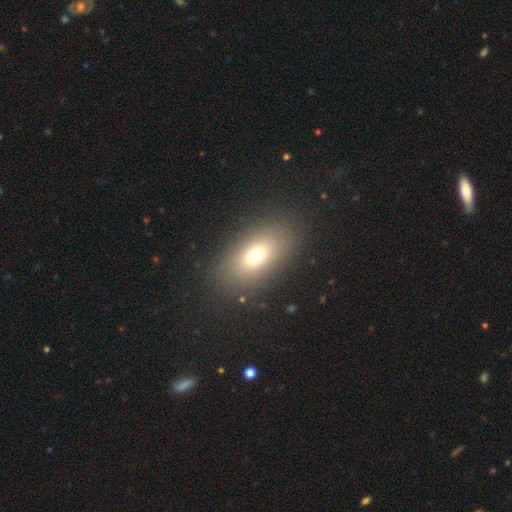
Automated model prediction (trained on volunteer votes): Morphology: type=smooth (69%); roundness=in between (82%); merging=none (85%).